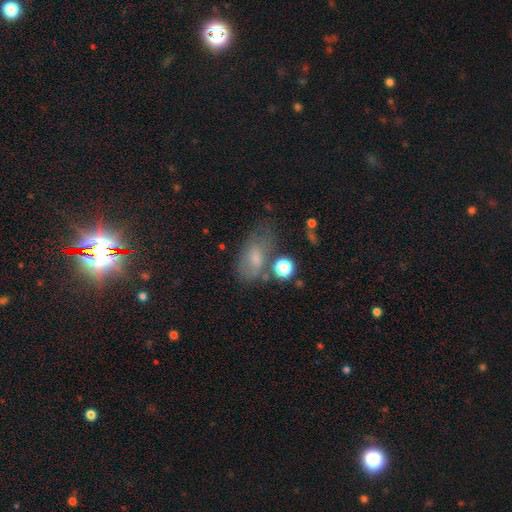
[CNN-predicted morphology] Overall: smooth (59%; featured or disk 26%). How rounded: in between (85%). Merging: none (51%; minor disturbance 25%).